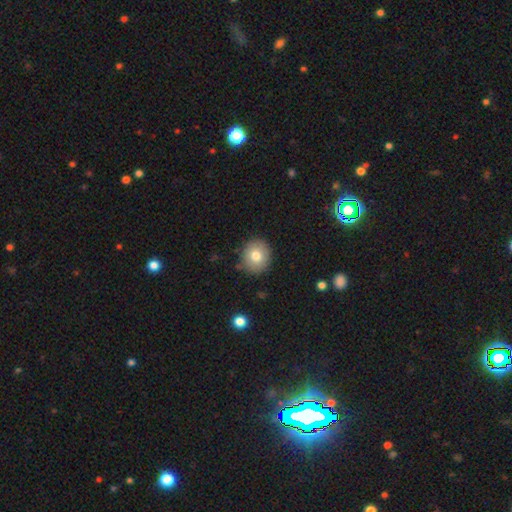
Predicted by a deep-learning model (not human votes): Morphology: type=smooth (76%); roundness=round (84%); merging=none (86%).